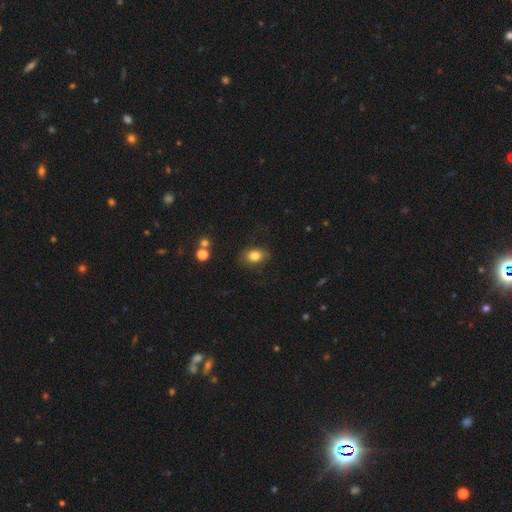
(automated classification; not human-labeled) smooth-or-featured: smooth: 81% | star or artifact: 10% | featured or disk: 9%
  how-rounded: in between: 71% | round: 28% | cigar-shaped: 1%
  merging: none: 75% | minor disturbance: 17% | major disturbance: 6% | merger: 2%